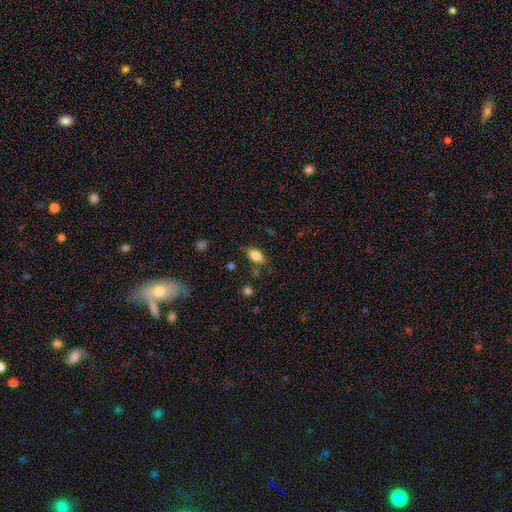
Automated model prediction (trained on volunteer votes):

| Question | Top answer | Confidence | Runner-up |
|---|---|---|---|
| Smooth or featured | smooth | 80% | featured or disk (11%) |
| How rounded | in between | 87% | cigar-shaped (7%) |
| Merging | none | 75% | minor disturbance (18%) |